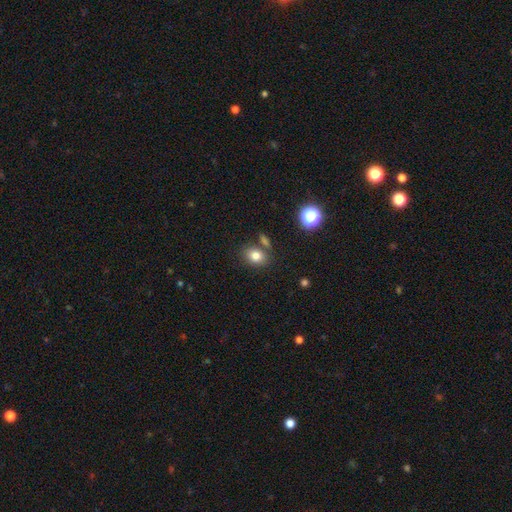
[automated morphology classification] smooth_or_featured: smooth (p=0.80) [alt: star or artifact p=0.12]
how_rounded: in between (p=0.58) [alt: round p=0.40]
merging: none (p=0.70) [alt: merger p=0.14]